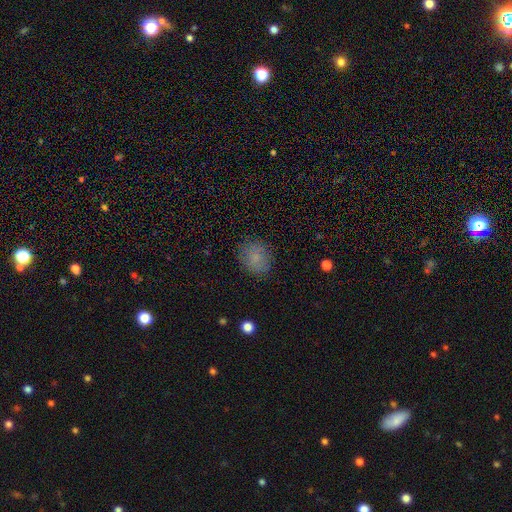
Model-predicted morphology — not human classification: Q: Smooth or featured?
A: smooth (81%); runner-up: star or artifact (11%)
Q: How rounded?
A: round (67%); runner-up: in between (32%)
Q: Merging?
A: none (84%); runner-up: minor disturbance (12%)